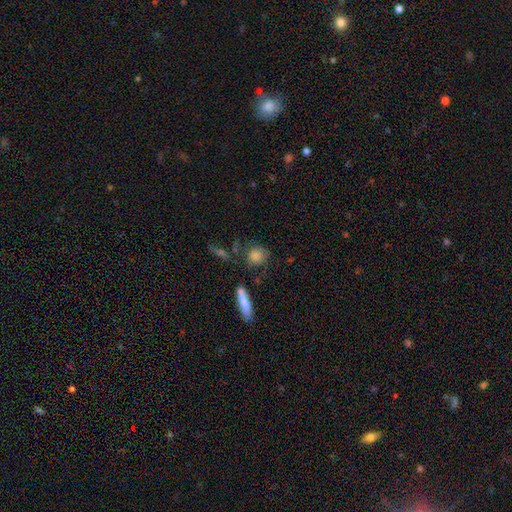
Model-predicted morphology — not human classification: Smooth or featured: smooth — 80% (featured or disk — 11%)
How rounded: round — 67% (in between — 27%)
Merging: none — 66% (minor disturbance — 20%)